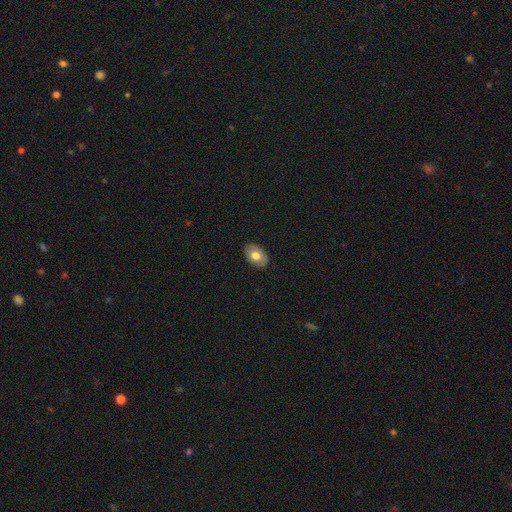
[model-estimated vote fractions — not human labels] Smooth or featured?
  - smooth: 66% *
  - featured or disk: 27%
  - star or artifact: 7%
How rounded?
  - in between: 82% *
  - round: 17%
  - cigar-shaped: 1%
Merging?
  - none: 86% *
  - minor disturbance: 11%
  - major disturbance: 2%
  - merger: 1%